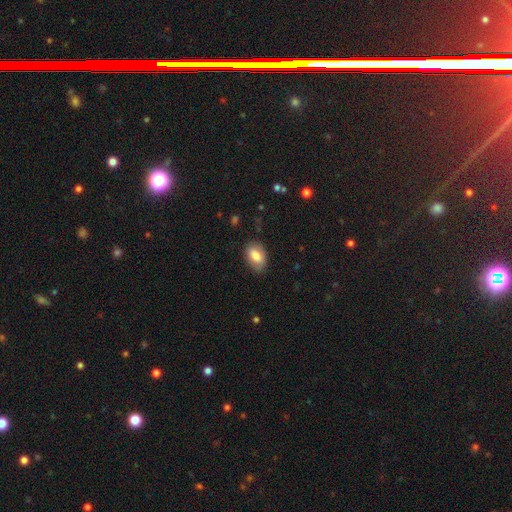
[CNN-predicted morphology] Smooth or featured: smooth — 82% (featured or disk — 11%)
How rounded: in between — 90% (round — 9%)
Merging: none — 80% (minor disturbance — 15%)